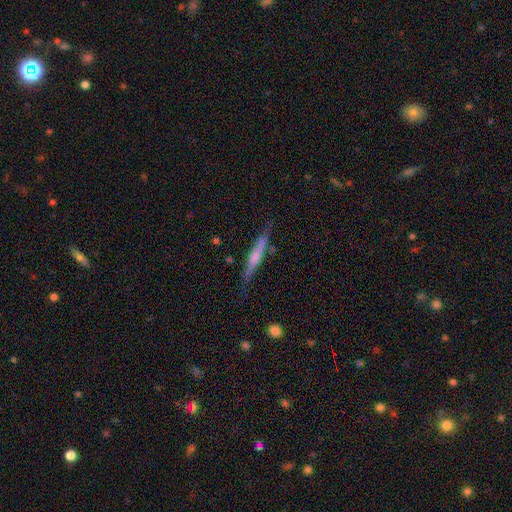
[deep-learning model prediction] Smooth or featured: featured or disk — 54% (smooth — 40%)
Edge-on disk: yes — 95% (no — 5%)
Edge-on bulge: rounded — 53% (none — 30%)
Merging: none — 78% (minor disturbance — 16%)